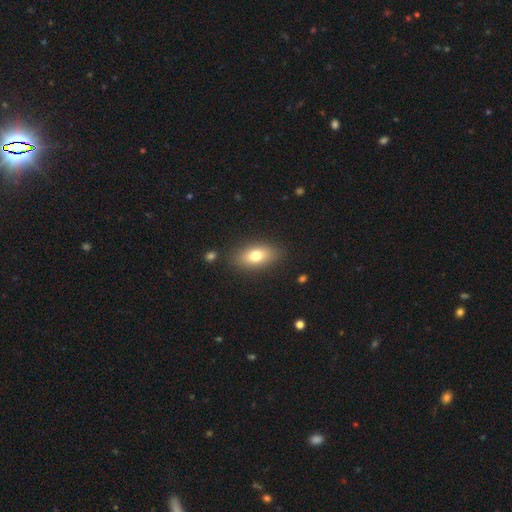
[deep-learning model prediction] Overall: smooth (74%). How rounded: in between (85%). Merging: none (85%).